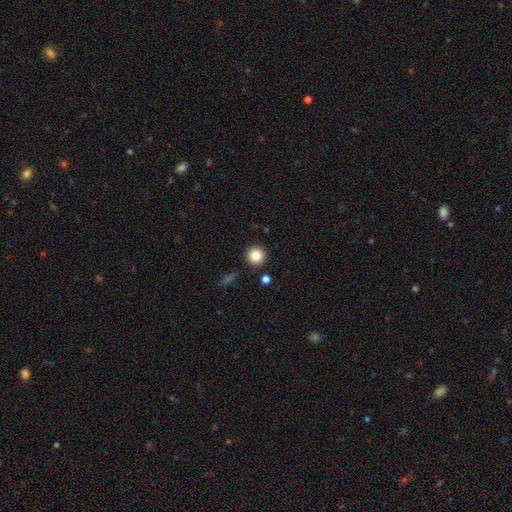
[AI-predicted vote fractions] smooth_or_featured: smooth (p=0.84) [alt: star or artifact p=0.10]
how_rounded: round (p=0.95) [alt: in between p=0.04]
merging: none (p=0.90) [alt: minor disturbance p=0.05]